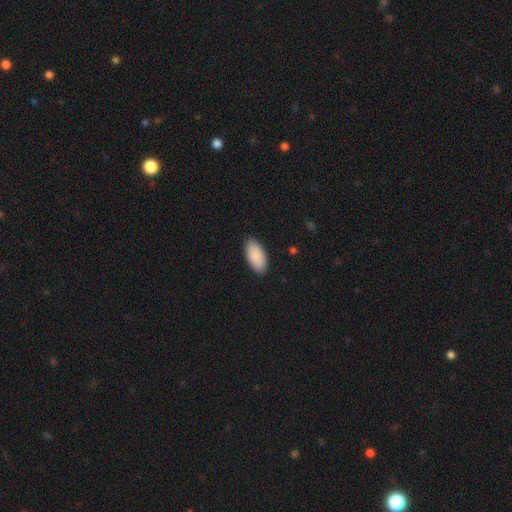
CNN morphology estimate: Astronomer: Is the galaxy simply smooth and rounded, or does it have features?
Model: smooth — 91%.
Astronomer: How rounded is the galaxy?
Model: in between — 94%.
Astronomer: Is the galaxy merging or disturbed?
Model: none — 88%.